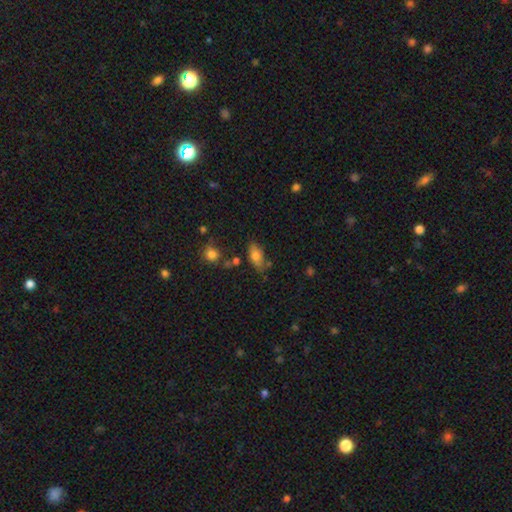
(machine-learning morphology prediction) This appears to be a smooth galaxy with no disk features (75%) that is in between round and cigar-shaped (85%). Merging: none (66%).